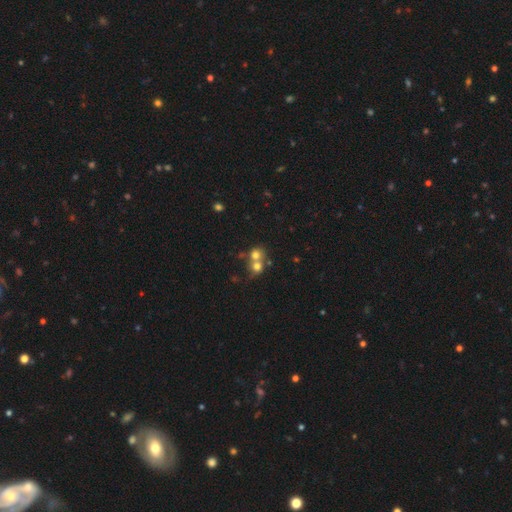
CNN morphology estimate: smooth_or_featured: smooth (p=0.70) [alt: featured or disk p=0.17]
how_rounded: round (p=0.80) [alt: in between p=0.19]
merging: merger (p=0.61) [alt: none p=0.31]